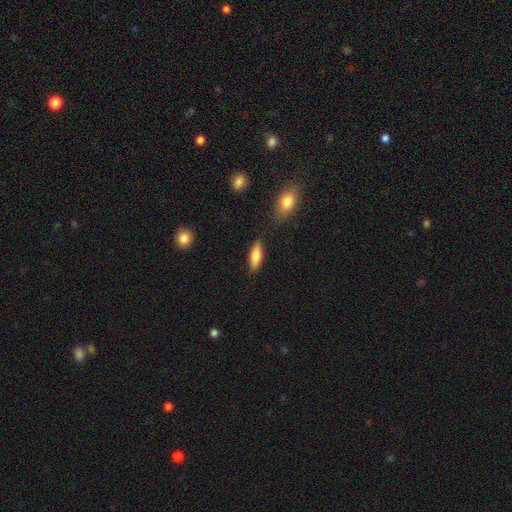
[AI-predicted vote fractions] Q: Smooth or featured?
A: smooth (76%); runner-up: featured or disk (17%)
Q: How rounded?
A: in between (59%); runner-up: cigar-shaped (39%)
Q: Merging?
A: none (83%); runner-up: minor disturbance (12%)